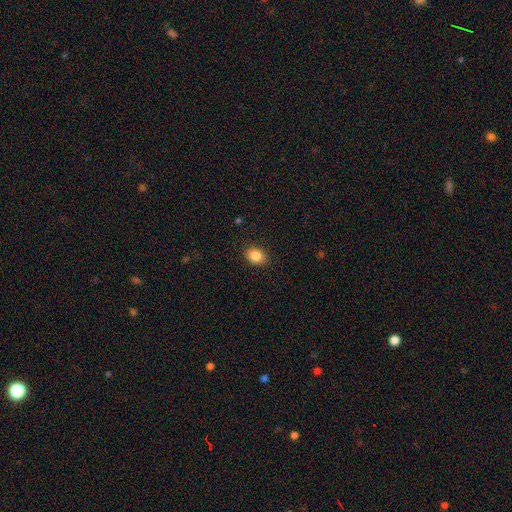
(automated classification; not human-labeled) smooth_or_featured: smooth (p=0.86) [alt: star or artifact p=0.09]
how_rounded: in between (p=0.64) [alt: round p=0.35]
merging: none (p=0.89) [alt: minor disturbance p=0.08]